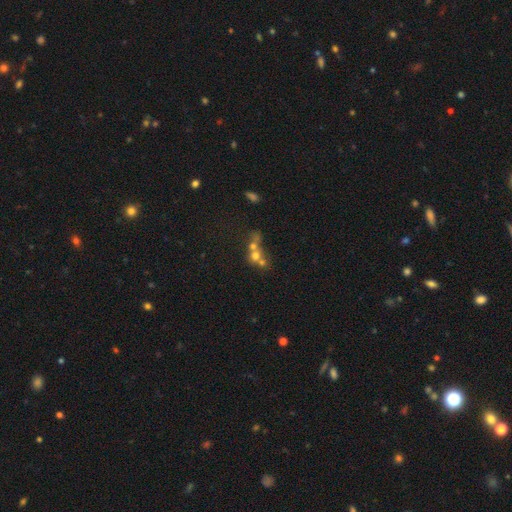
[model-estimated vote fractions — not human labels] smooth_or_featured: smooth (p=0.55) [alt: featured or disk p=0.27]
how_rounded: round (p=0.78) [alt: in between p=0.20]
merging: merger (p=0.63) [alt: none p=0.26]